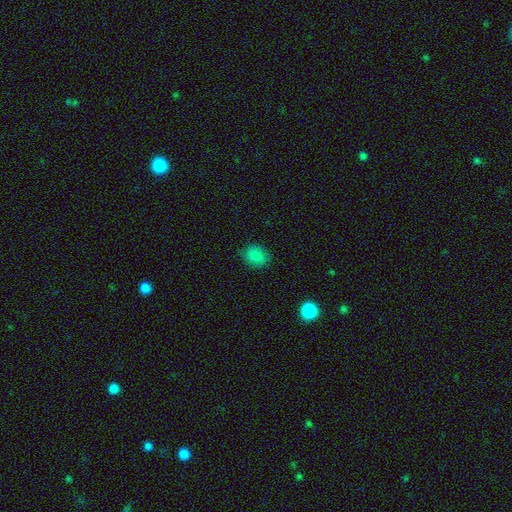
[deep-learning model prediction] A smooth galaxy with no disk features (85%) that is in between round and cigar-shaped (51%). Merging: none (83%).